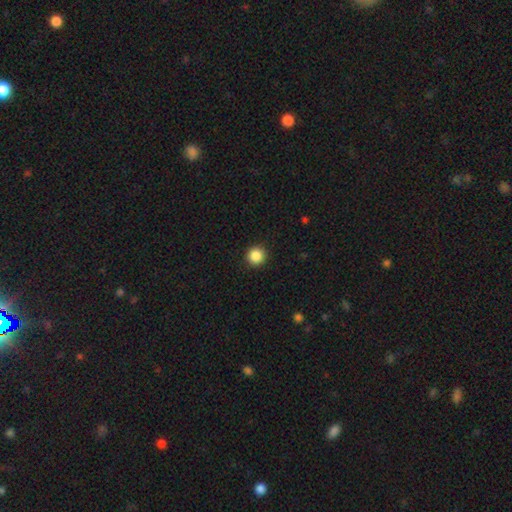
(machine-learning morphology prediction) smooth 88%, star or artifact 10%, featured or disk 3%. Down the decision tree: how rounded — round (95%); merging — none (92%).